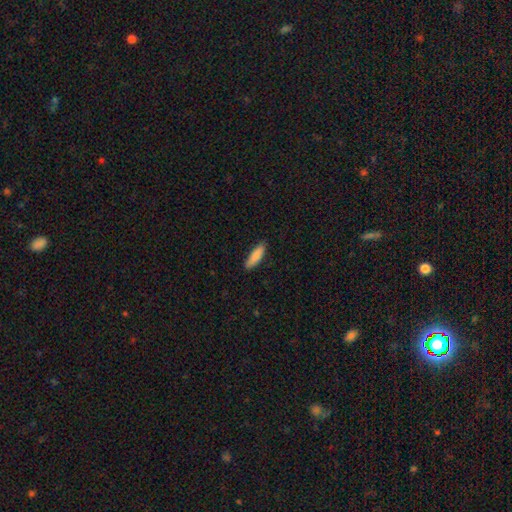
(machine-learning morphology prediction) A smooth galaxy with no disk features (87%) that is cigar-shaped (62%). Merging: none (87%).